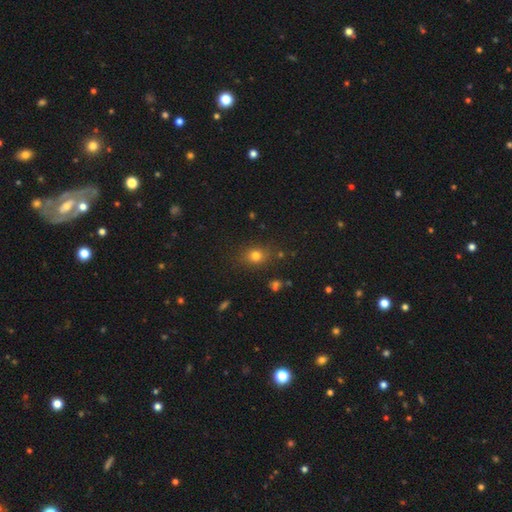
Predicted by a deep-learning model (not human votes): This appears to be a smooth galaxy with no disk features (77%) that is round (58%). Merging: none (82%).